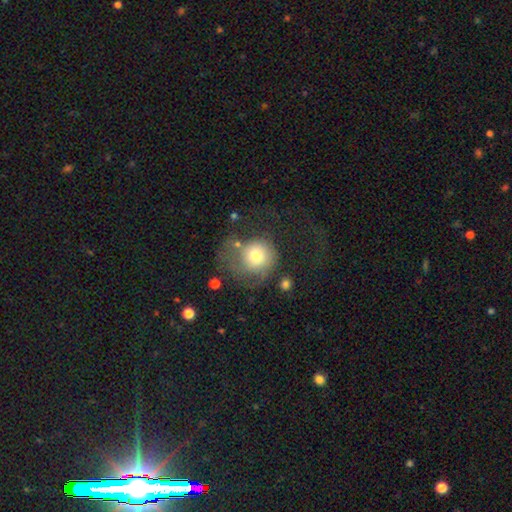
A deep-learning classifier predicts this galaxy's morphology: This is likely a smooth galaxy (66%). How rounded: clearly round (85%). Merging: marginally major disturbance (40%).